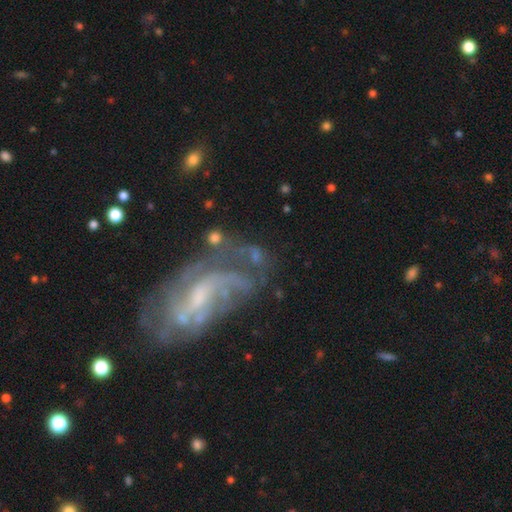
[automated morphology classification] This is likely a featured or disk galaxy (70%). It is clearly not viewed edge-on (95%). Bar: possibly no (49%). Spiral arm pattern: likely yes (79%). Spiral arm count: marginally can't tell (32%). Spiral winding: marginally medium (42%). Central bulge: marginally small (37%). Merging: possibly none (46%).